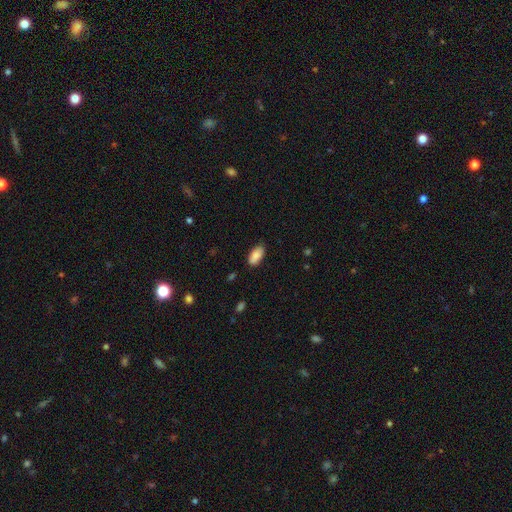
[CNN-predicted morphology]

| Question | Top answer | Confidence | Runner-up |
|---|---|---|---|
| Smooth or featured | smooth | 87% | featured or disk (7%) |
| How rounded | in between | 93% | cigar-shaped (5%) |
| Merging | none | 82% | minor disturbance (14%) |